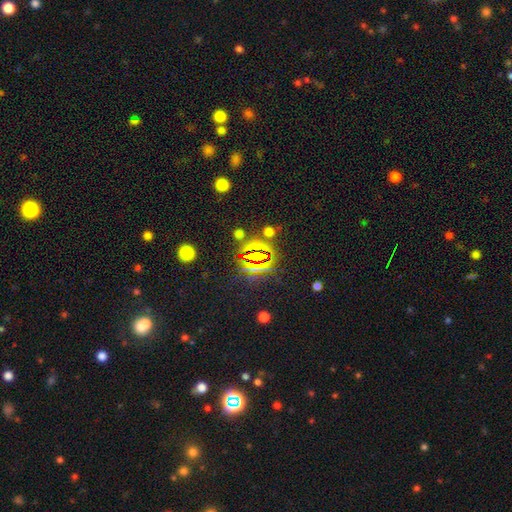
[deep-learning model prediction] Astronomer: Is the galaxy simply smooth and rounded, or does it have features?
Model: star or artifact — 73%.